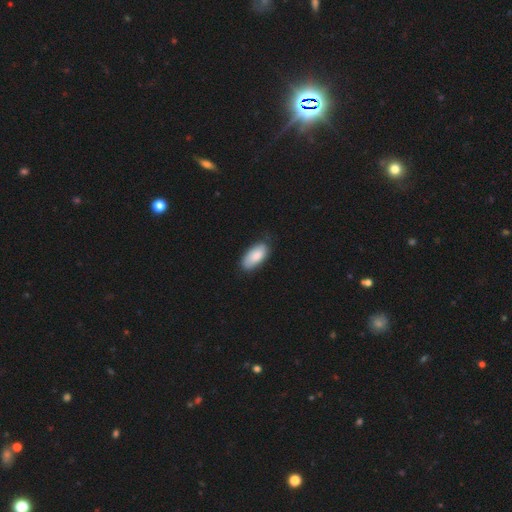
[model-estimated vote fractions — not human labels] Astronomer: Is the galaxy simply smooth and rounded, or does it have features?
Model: smooth — 86%.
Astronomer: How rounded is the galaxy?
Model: in between — 92%.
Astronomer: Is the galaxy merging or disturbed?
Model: none — 73%.